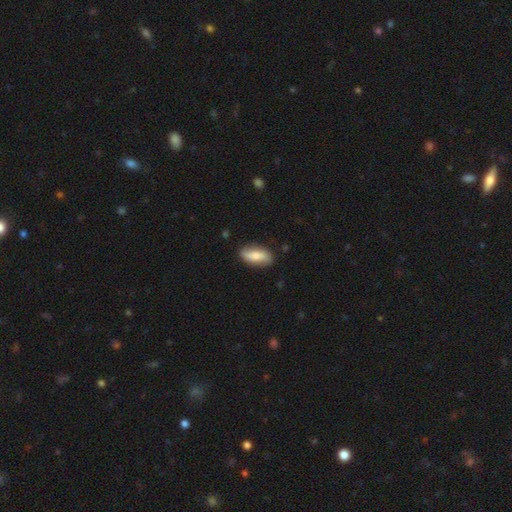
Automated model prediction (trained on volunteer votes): Smooth or featured?
  - smooth: 72% *
  - featured or disk: 22%
  - star or artifact: 6%
How rounded?
  - in between: 82% *
  - cigar-shaped: 15%
  - round: 3%
Merging?
  - none: 82% *
  - minor disturbance: 14%
  - major disturbance: 3%
  - merger: 1%